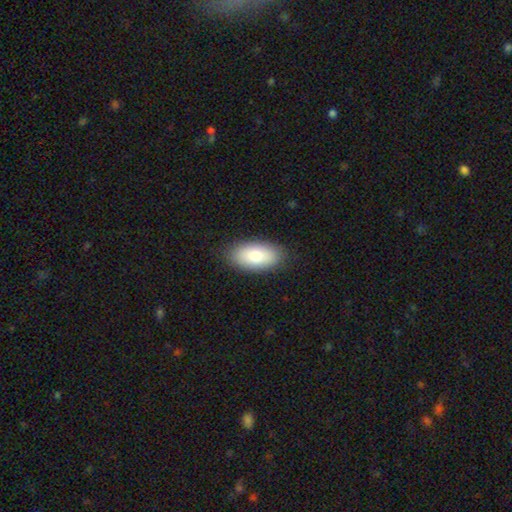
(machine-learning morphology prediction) The model was most divided on "smooth or featured": smooth: 81%, featured or disk: 13%, star or artifact: 6%. More confident: how rounded — in between (93%); merging — none (88%).